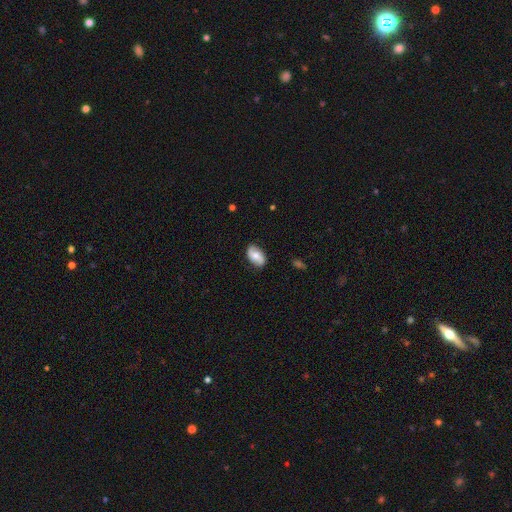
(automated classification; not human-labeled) Smooth or featured? smooth (51%)
How rounded? in between (91%)
Merging? none (81%)